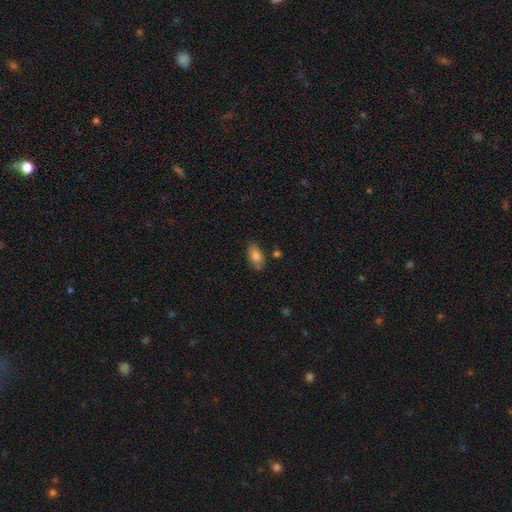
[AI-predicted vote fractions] Smooth or featured? smooth (80%)
How rounded? in between (91%)
Merging? none (75%)